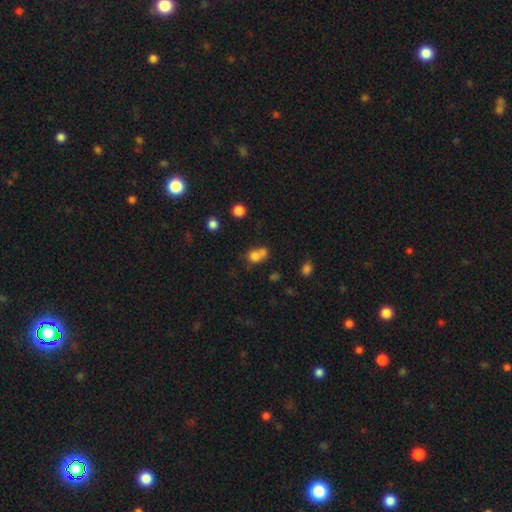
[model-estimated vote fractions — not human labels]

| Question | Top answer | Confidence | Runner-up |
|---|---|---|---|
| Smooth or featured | smooth | 74% | featured or disk (13%) |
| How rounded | round | 60% | in between (39%) |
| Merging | merger | 54% | none (29%) |